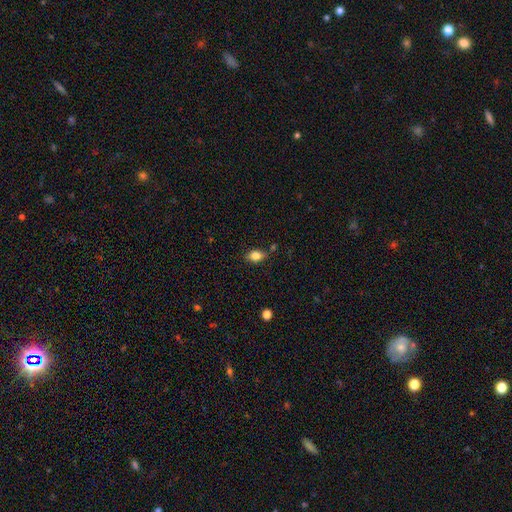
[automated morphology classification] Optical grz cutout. It shows a smooth galaxy with no disk features (82%) that is in between round and cigar-shaped (81%). Merging: none (77%).